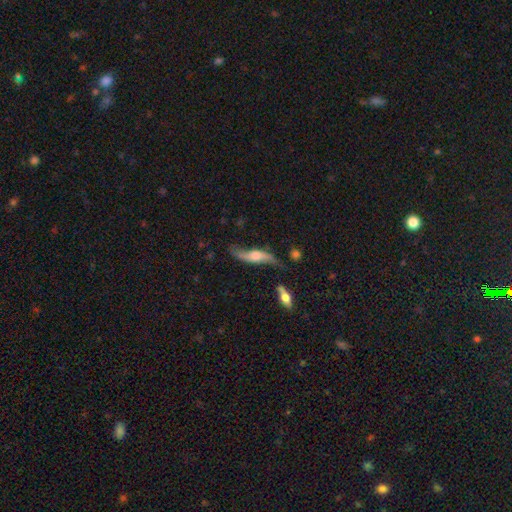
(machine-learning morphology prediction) Overall: featured or disk (74%). Edge-on disk: no (60%; yes 40%). Merging: none (62%).